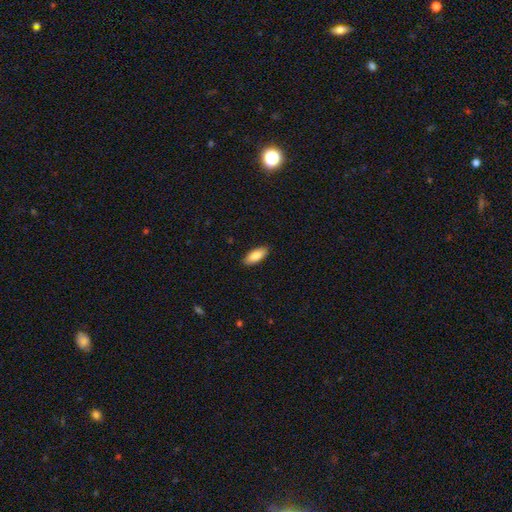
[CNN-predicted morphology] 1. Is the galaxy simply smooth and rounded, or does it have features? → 87% smooth, 7% featured or disk, 6% star or artifact.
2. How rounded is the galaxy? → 82% in between, 16% cigar-shaped, 2% round.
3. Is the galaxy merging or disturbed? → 89% none, 9% minor disturbance, 2% major disturbance, 1% merger.